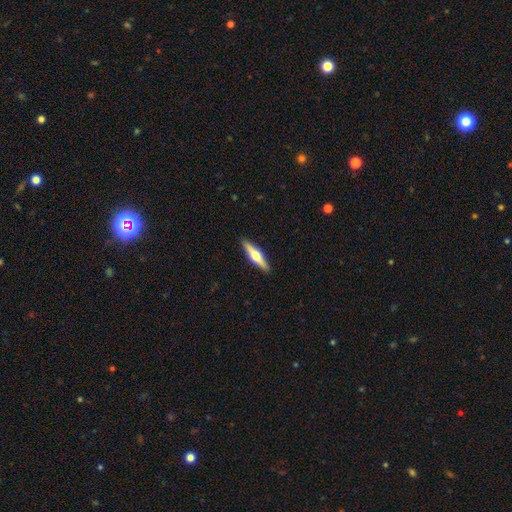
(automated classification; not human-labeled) A featured or disk galaxy (61%) viewed edge-on (96%) with a rounded central bulge (95%).

Vote fractions:
- Smooth or featured? featured or disk: 61% / smooth: 34% / star or artifact: 5%
- Edge-on disk? yes: 96% / no: 4%
- Edge-on bulge? rounded: 95% / boxy: 3% / none: 2%
- Merging? none: 91% / minor disturbance: 6% / major disturbance: 1% / merger: 1%